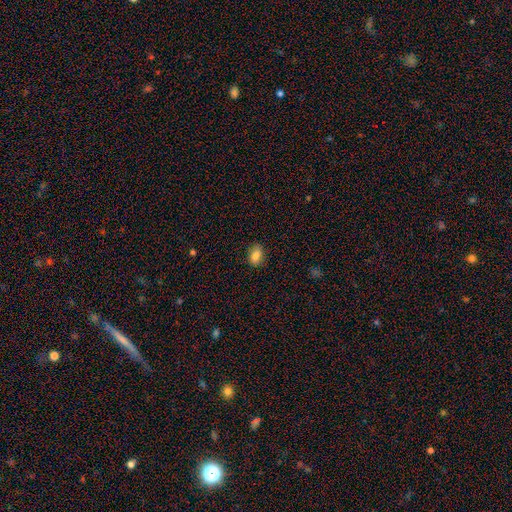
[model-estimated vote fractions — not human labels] Q: Smooth or featured?
A: smooth (84%); runner-up: star or artifact (8%)
Q: How rounded?
A: in between (81%); runner-up: round (17%)
Q: Merging?
A: none (85%); runner-up: minor disturbance (11%)